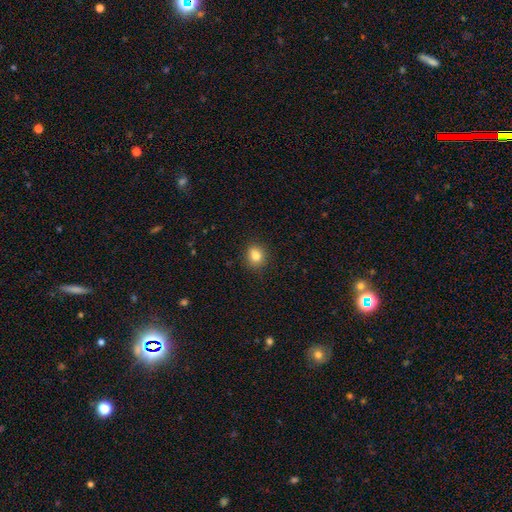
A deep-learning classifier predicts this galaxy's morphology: type=smooth (82%); roundness=round (74%); merging=none (87%).